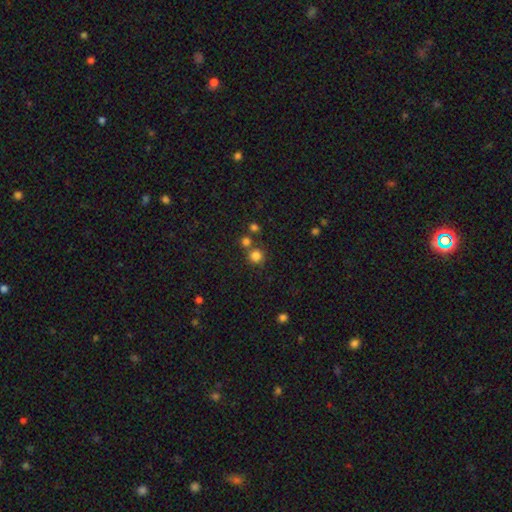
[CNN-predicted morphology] This appears to be a smooth galaxy with no disk features (81%) that is round (91%). Merging: none (69%).